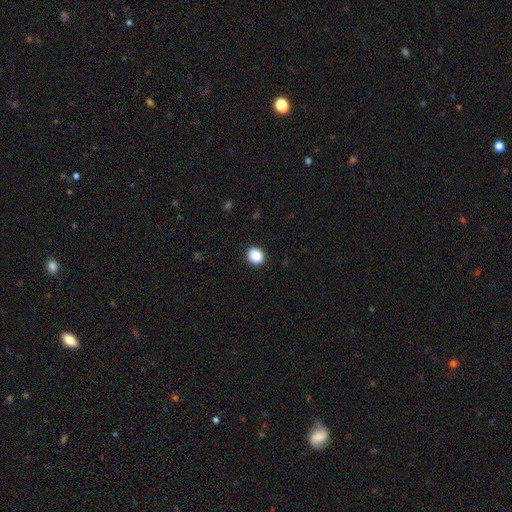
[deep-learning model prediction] This is clearly a smooth galaxy (89%). How rounded: likely round (63%). Merging: clearly none (90%).